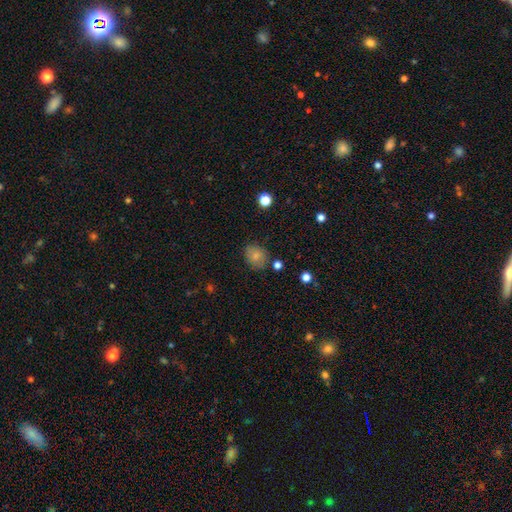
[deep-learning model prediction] Smooth or featured? smooth (79%)
How rounded? round (55%)
Merging? none (75%)